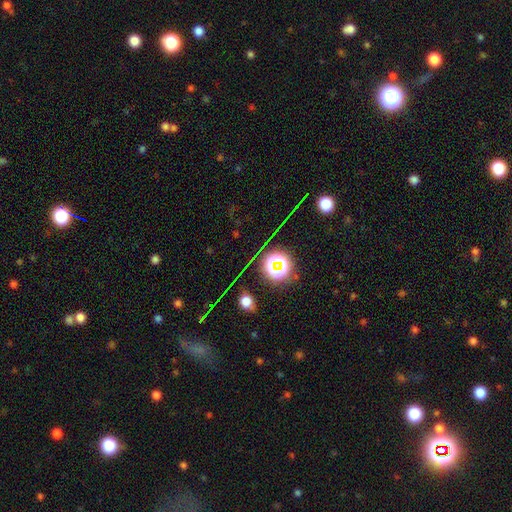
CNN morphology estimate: Overall: star or artifact (79%).